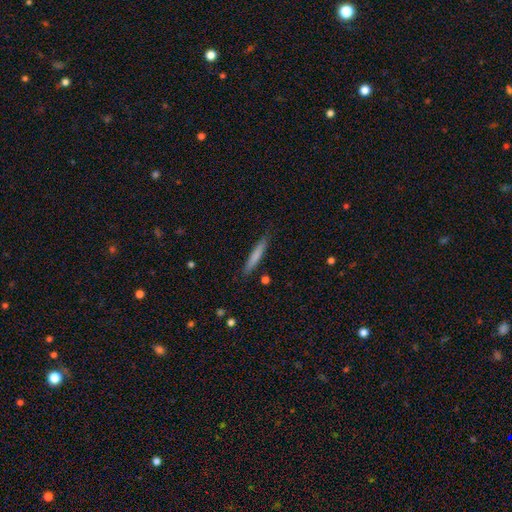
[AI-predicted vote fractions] Q: Smooth or featured?
A: smooth (75%); runner-up: featured or disk (19%)
Q: How rounded?
A: cigar-shaped (94%); runner-up: in between (5%)
Q: Merging?
A: none (88%); runner-up: minor disturbance (9%)